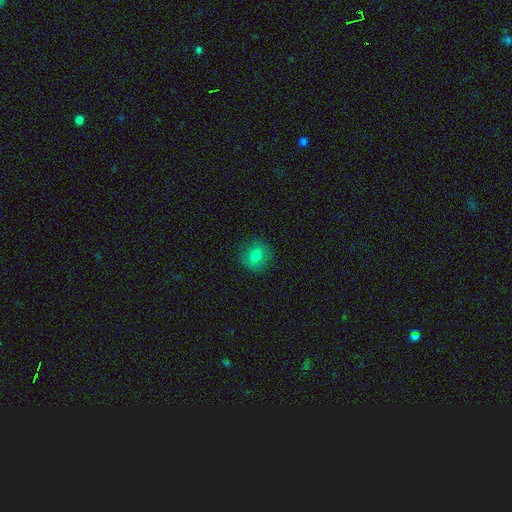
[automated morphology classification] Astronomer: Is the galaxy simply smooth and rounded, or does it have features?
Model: smooth — 76%.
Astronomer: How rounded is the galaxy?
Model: round — 83%.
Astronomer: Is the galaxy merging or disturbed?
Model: none — 86%.